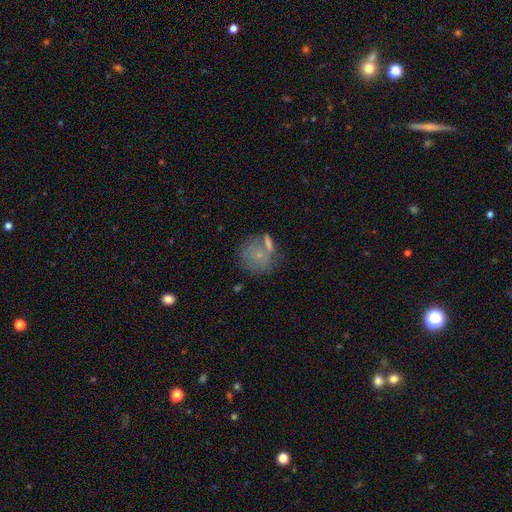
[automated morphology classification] Smooth or featured? Predicted: smooth (p=0.62). How rounded? Predicted: round (p=0.85). Merging? Predicted: none (p=0.49).